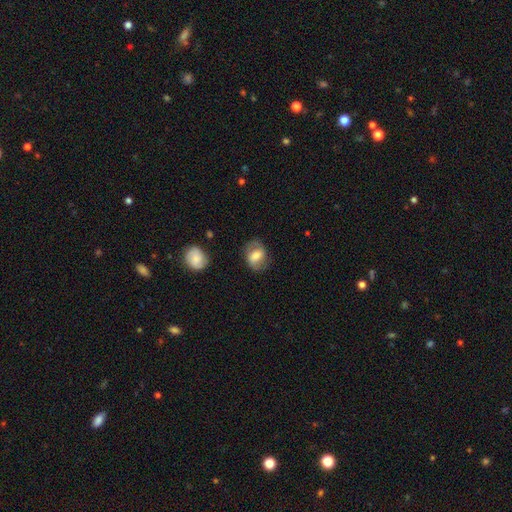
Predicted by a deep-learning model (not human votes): A smooth galaxy with no disk features (53%) that is in between round and cigar-shaped (64%).

Vote fractions:
- Smooth or featured? smooth: 53% / featured or disk: 40% / star or artifact: 7%
- How rounded? in between: 64% / round: 34% / cigar-shaped: 2%
- Merging? none: 71% / minor disturbance: 19% / major disturbance: 8% / merger: 2%